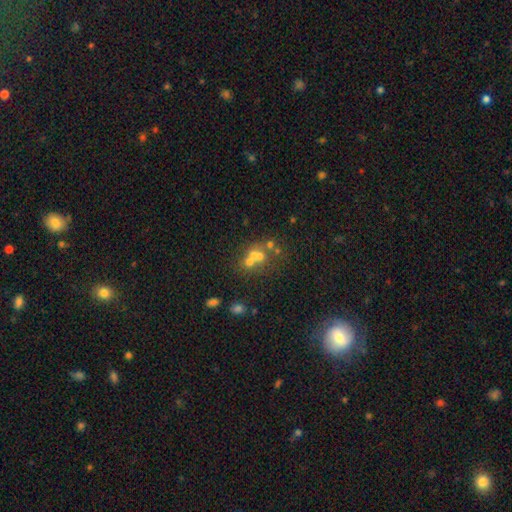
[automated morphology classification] This appears to be a smooth galaxy with no disk features (47%). Merging: merger (51%).